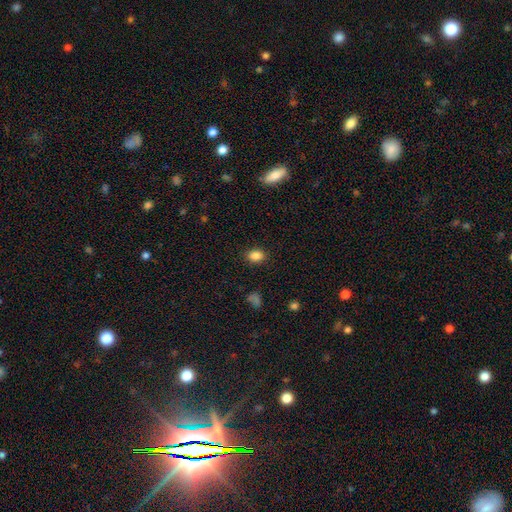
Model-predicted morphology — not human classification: This appears to be a smooth galaxy with no disk features (85%) that is in between round and cigar-shaped (73%). Merging: none (87%).